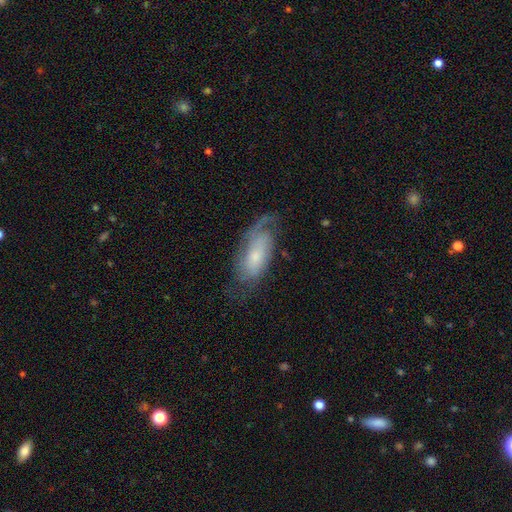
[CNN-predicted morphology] Smooth or featured? Predicted: featured or disk (p=0.64). Edge-on disk? Predicted: no (p=0.90). Bar? Predicted: no (p=0.69). Spiral arms? Predicted: yes (p=0.86). Bulge size? Predicted: small (p=0.50). Merging? Predicted: none (p=0.55).